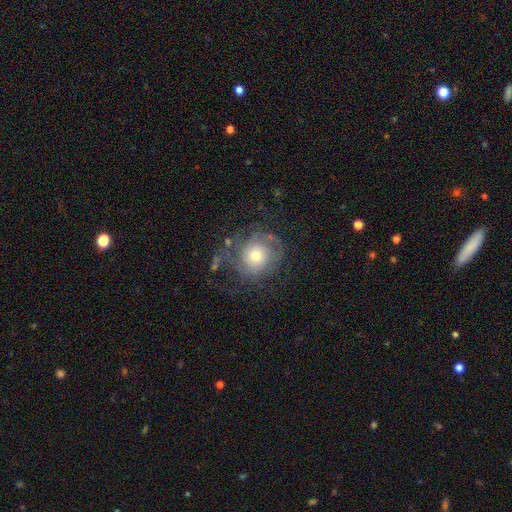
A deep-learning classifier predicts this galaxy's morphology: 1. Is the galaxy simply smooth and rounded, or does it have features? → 70% featured or disk, 22% smooth, 8% star or artifact.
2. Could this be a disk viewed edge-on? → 97% no, 3% yes.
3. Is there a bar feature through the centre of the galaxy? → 81% no, 16% weak, 3% strong.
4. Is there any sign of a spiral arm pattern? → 86% yes, 14% no.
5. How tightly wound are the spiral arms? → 54% tight, 32% medium, 14% loose.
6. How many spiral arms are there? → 39% can't tell, 25% 2, 17% 3, 7% 4, 7% 1, 5% more than 4.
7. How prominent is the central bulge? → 56% moderate, 31% small, 10% large, 2% dominant, 1% none.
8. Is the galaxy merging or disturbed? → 60% none, 20% major disturbance, 18% minor disturbance, 2% merger.